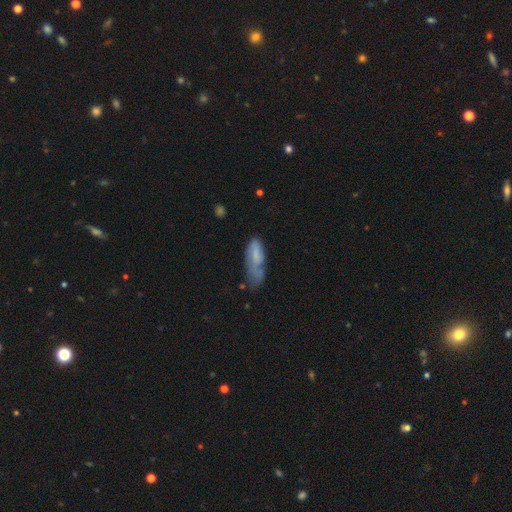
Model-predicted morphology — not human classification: type=smooth (61%); roundness=in between (69%); merging=minor disturbance (34%).